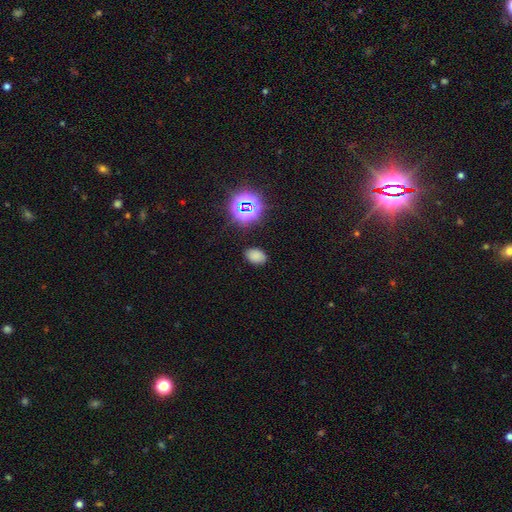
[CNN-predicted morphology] A smooth galaxy with no disk features (73%) that is in between round and cigar-shaped (83%).

Vote fractions:
- Smooth or featured? smooth: 73% / star or artifact: 21% / featured or disk: 6%
- How rounded? in between: 83% / round: 15% / cigar-shaped: 1%
- Merging? none: 84% / minor disturbance: 11% / major disturbance: 3% / merger: 2%